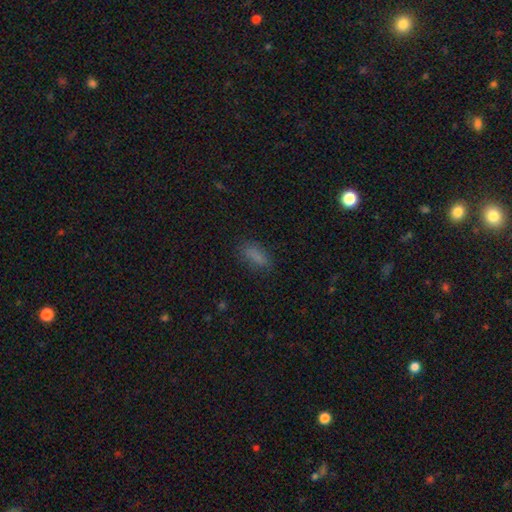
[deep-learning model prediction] smooth-or-featured: smooth: 80% | star or artifact: 13% | featured or disk: 8%
  how-rounded: in between: 71% | cigar-shaped: 25% | round: 4%
  merging: none: 78% | minor disturbance: 15% | major disturbance: 5% | merger: 2%